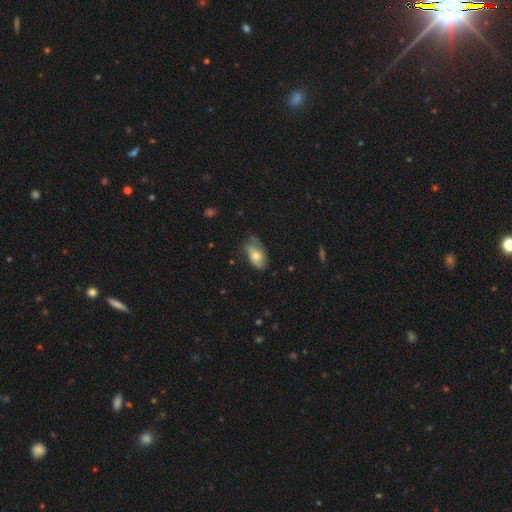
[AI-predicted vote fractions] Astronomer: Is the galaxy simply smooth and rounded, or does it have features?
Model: smooth — 52% (runner-up: featured or disk, 40%).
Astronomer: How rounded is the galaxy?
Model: in between — 90%.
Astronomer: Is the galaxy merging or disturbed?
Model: none — 57% (runner-up: minor disturbance, 32%).